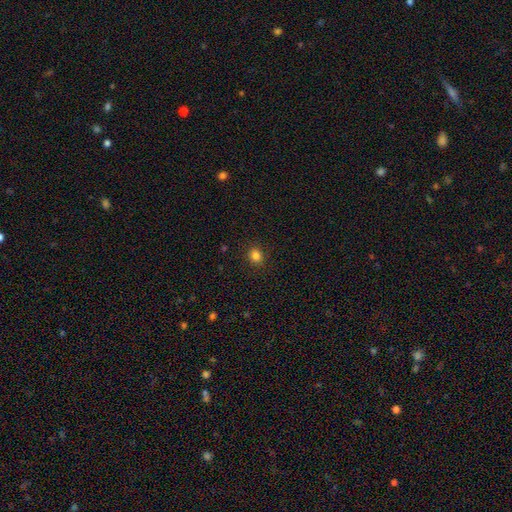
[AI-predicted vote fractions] The model was most divided on "how rounded": round: 73%, in between: 26%, cigar-shaped: 1%. More confident: merging — none (90%); smooth or featured — smooth (83%).